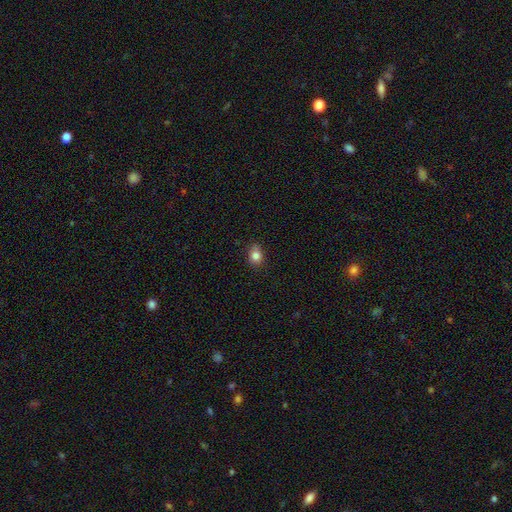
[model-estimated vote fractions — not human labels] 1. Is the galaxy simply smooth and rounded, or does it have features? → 83% smooth, 11% star or artifact, 6% featured or disk.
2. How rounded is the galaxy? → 51% round, 47% in between, 1% cigar-shaped.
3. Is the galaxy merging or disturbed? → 83% none, 14% minor disturbance, 2% major disturbance, 1% merger.